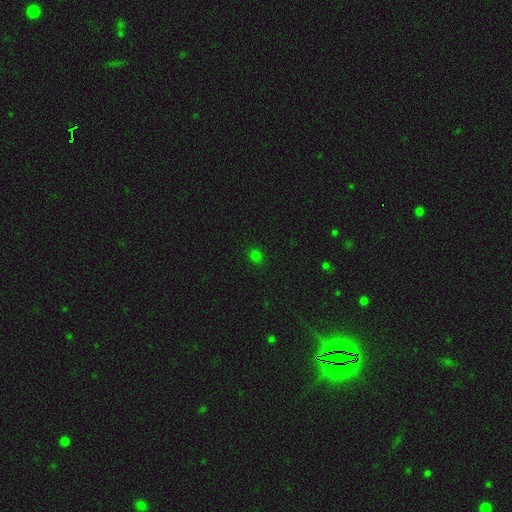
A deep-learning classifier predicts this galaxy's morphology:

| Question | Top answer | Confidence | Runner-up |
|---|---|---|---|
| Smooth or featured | smooth | 75% | star or artifact (21%) |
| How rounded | round | 82% | in between (17%) |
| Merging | none | 90% | minor disturbance (7%) |